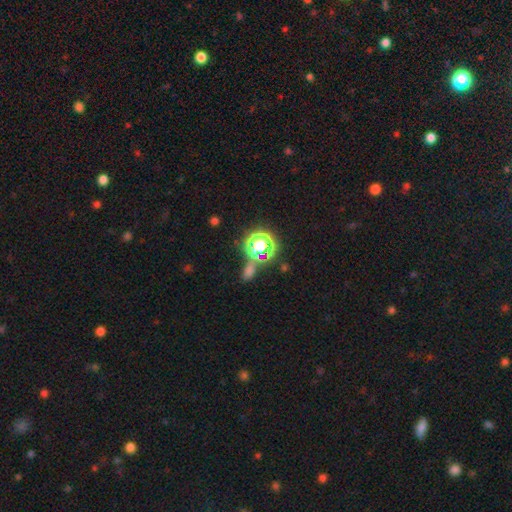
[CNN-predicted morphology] A star or artifact, not a galaxy (65%).

Vote fractions:
- Smooth or featured? star or artifact: 65% / smooth: 28% / featured or disk: 7%